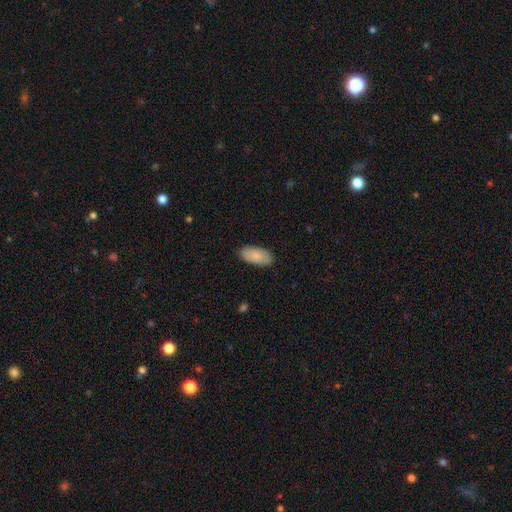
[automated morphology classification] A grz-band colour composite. It shows a smooth galaxy with no disk features (85%) that is in between round and cigar-shaped (93%). Merging: none (87%).